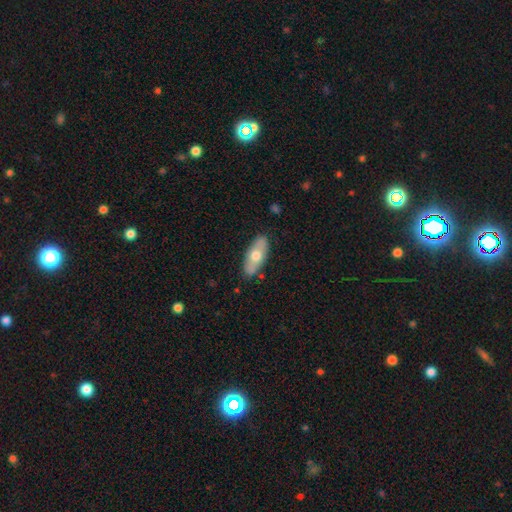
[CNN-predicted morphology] The model was most divided on "smooth or featured": smooth: 62%, featured or disk: 32%, star or artifact: 6%. More confident: merging — none (85%); how rounded — in between (81%).